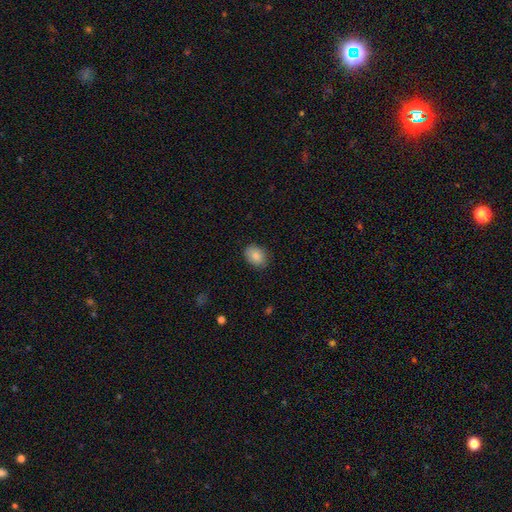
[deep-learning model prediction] Smooth or featured? Predicted: smooth (p=0.85). How rounded? Predicted: in between (p=0.67). Merging? Predicted: none (p=0.84).